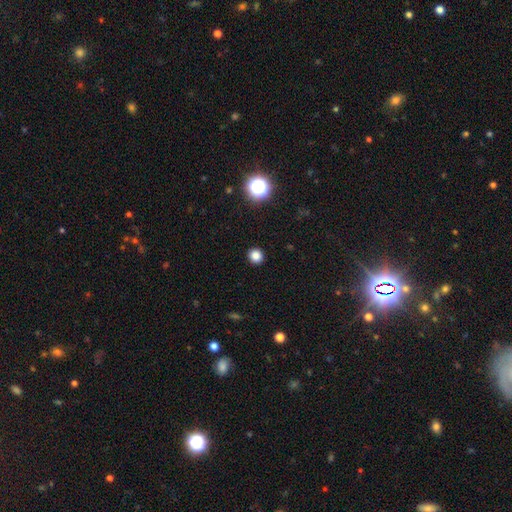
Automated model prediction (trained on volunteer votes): Smooth or featured: smooth — 83% (star or artifact — 13%)
How rounded: round — 92% (in between — 8%)
Merging: none — 92% (minor disturbance — 5%)